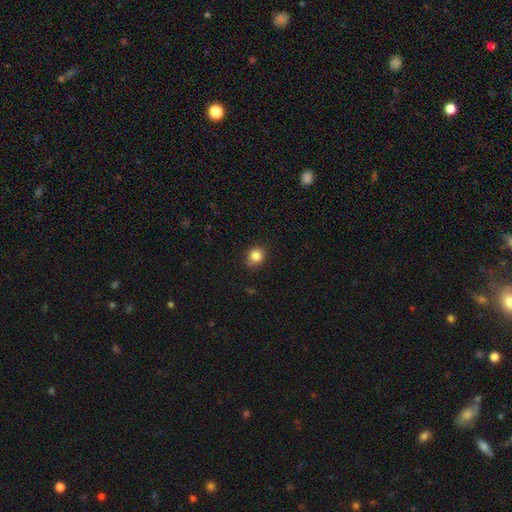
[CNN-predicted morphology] Overall: smooth (85%). How rounded: round (74%). Merging: none (81%).